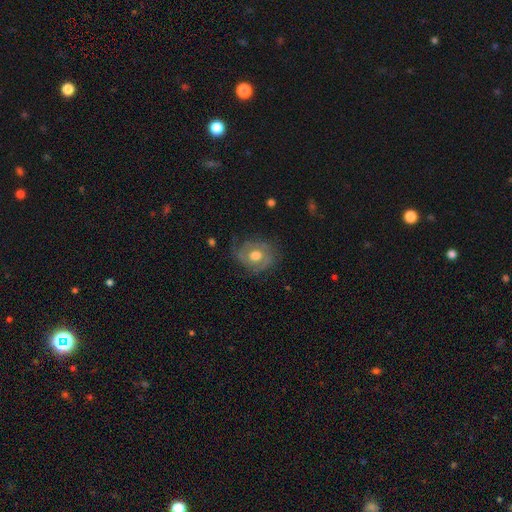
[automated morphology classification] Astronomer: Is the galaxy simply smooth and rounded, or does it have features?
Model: featured or disk — 59%.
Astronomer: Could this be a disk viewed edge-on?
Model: no — 96%.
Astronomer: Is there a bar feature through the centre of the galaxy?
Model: no — 76%.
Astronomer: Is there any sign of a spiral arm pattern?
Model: yes — 67%.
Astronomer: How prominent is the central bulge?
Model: moderate — 69%.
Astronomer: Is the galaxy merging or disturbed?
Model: none — 65%.